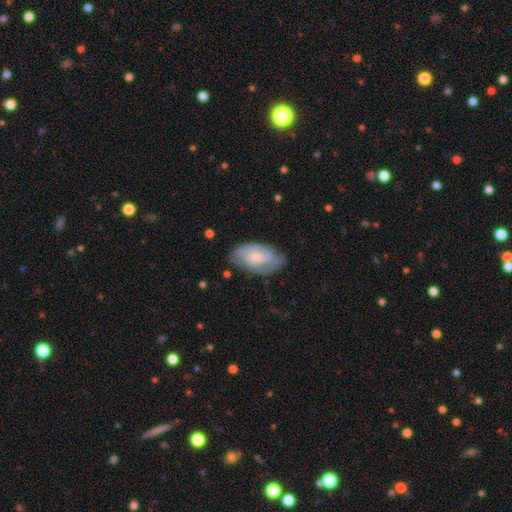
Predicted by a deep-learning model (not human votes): A featured or disk galaxy (71%) with no bar (56%), 2 (44%) tight (48%) spiral arms (91%) and a small central bulge (50%).

Vote fractions:
- Smooth or featured? featured or disk: 71% / smooth: 23% / star or artifact: 6%
- Edge-on disk? no: 95% / yes: 5%
- Bar? no: 56% / weak: 37% / strong: 7%
- Spiral arms? yes: 91% / no: 9%
- Spiral winding? tight: 48% / medium: 40% / loose: 12%
- Spiral arm count? 2: 44% / can't tell: 28% / 3: 17% / 4: 4% / 1: 4% / more than 4: 3%
- Bulge size? small: 50% / moderate: 39% / none: 7% / large: 3% / dominant: 1%
- Merging? none: 73% / minor disturbance: 20% / major disturbance: 6% / merger: 1%